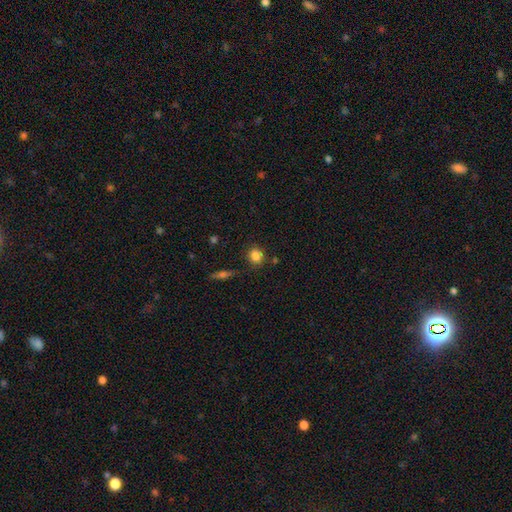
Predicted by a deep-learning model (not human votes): Smooth or featured: smooth — 82% (star or artifact — 11%)
How rounded: round — 73% (in between — 25%)
Merging: none — 78% (minor disturbance — 13%)